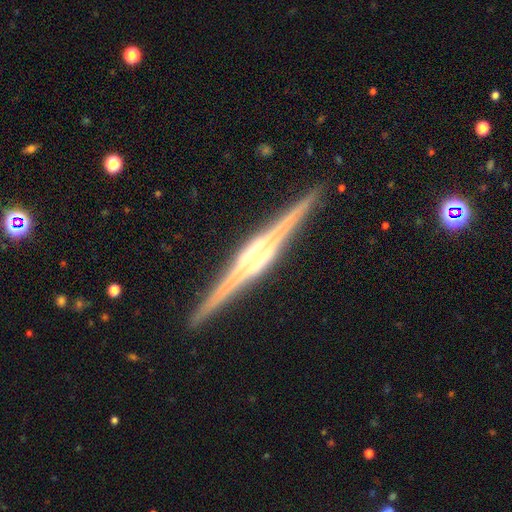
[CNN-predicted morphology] This appears to be a featured or disk galaxy (89%) viewed edge-on (99%) with a rounded central bulge (51%). Merging: none (91%).